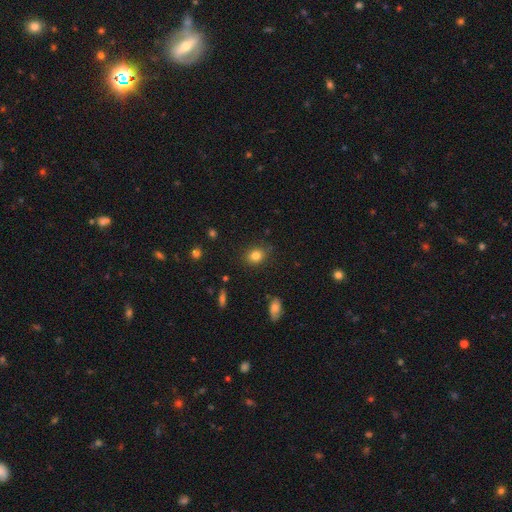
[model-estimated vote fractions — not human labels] smooth-or-featured: smooth: 82% | star or artifact: 11% | featured or disk: 7%
  how-rounded: round: 56% | in between: 43% | cigar-shaped: 1%
  merging: none: 81% | minor disturbance: 14% | major disturbance: 3% | merger: 2%